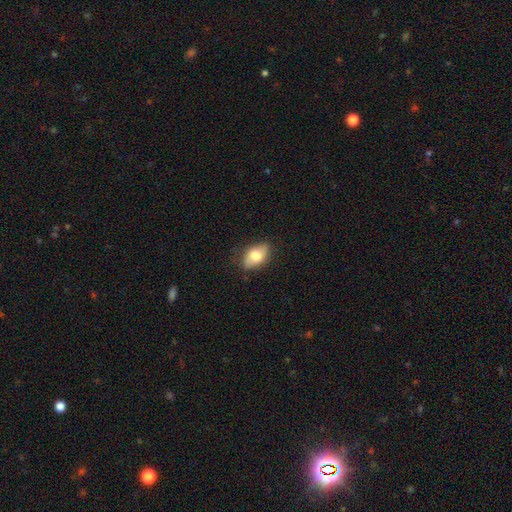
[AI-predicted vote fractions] Smooth or featured?
  - smooth: 68% *
  - featured or disk: 25%
  - star or artifact: 7%
How rounded?
  - in between: 87% *
  - round: 10%
  - cigar-shaped: 3%
Merging?
  - none: 79% *
  - minor disturbance: 17%
  - major disturbance: 3%
  - merger: 1%